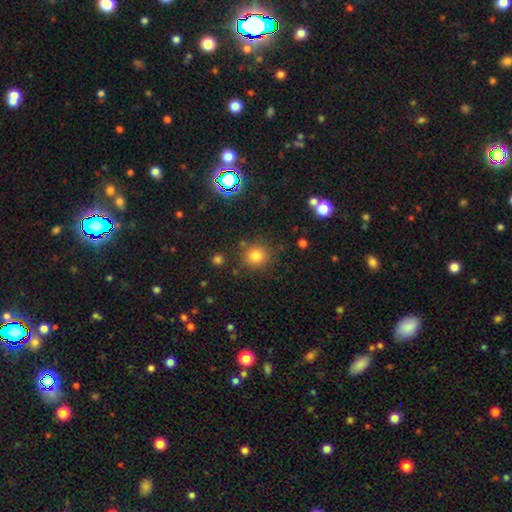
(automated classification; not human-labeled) smooth 80%, star or artifact 15%, featured or disk 5%. Down the decision tree: how rounded — round (90%); merging — none (82%).